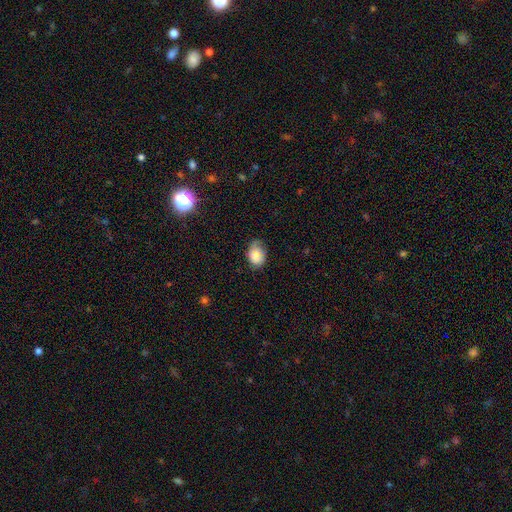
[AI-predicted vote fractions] smooth-or-featured: smooth: 78% | featured or disk: 13% | star or artifact: 8%
  how-rounded: in between: 70% | round: 29% | cigar-shaped: 1%
  merging: none: 44% | minor disturbance: 40% | major disturbance: 14% | merger: 2%